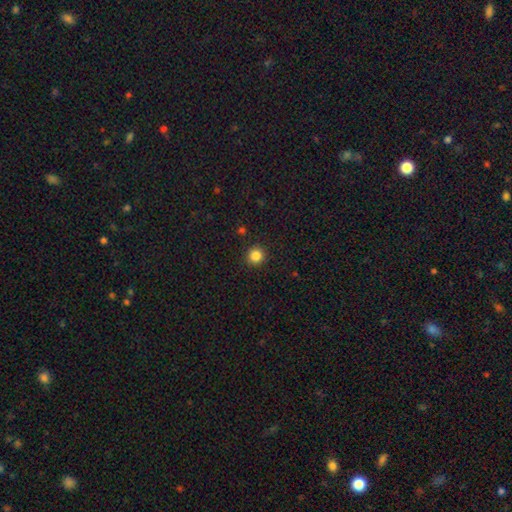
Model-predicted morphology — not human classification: smooth-or-featured: smooth: 84% | star or artifact: 12% | featured or disk: 4%
  how-rounded: round: 95% | in between: 4% | cigar-shaped: 1%
  merging: none: 92% | minor disturbance: 5% | major disturbance: 2% | merger: 1%